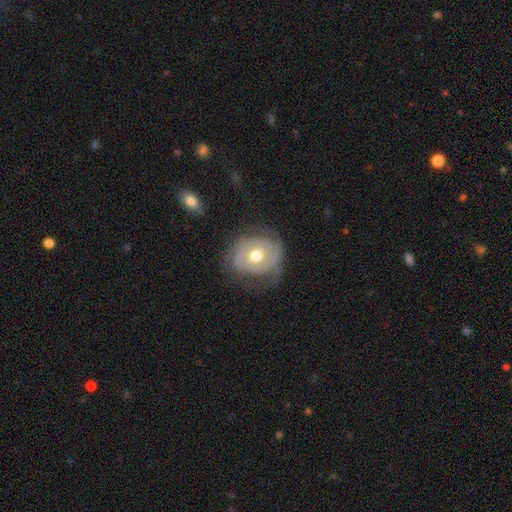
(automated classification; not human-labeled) Morphology: type=featured or disk (71%); edge-on=no (96%); bar=no (74%); spiral arms=yes (73%); winding=tight (59%); arm count=2 (46%); bulge=moderate (78%); merging=none (61%).